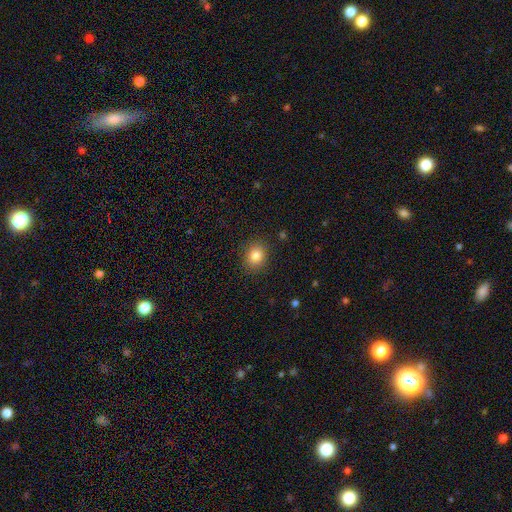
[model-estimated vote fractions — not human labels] smooth 82%, star or artifact 11%, featured or disk 7%. Down the decision tree: how rounded — round (65%); merging — none (87%).